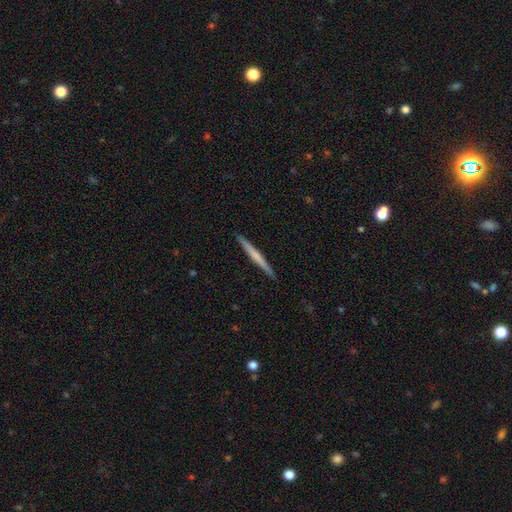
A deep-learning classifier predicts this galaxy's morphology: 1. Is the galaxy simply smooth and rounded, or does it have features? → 48% featured or disk, 47% smooth, 5% star or artifact.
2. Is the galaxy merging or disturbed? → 92% none, 6% minor disturbance, 1% major disturbance, 1% merger.